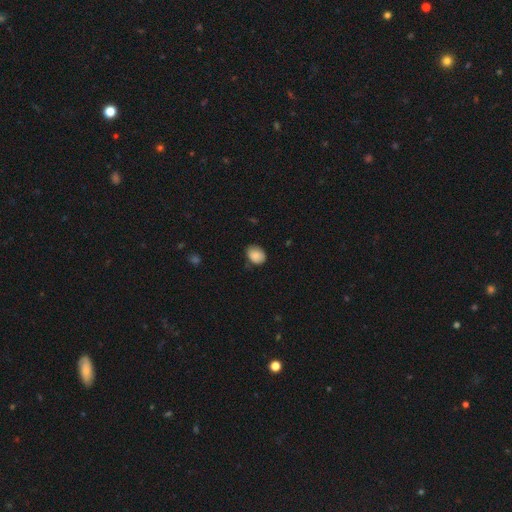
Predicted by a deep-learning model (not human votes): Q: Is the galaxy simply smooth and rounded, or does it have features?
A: smooth — 85%.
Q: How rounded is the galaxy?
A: in between — 63%.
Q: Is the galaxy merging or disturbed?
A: none — 72%.